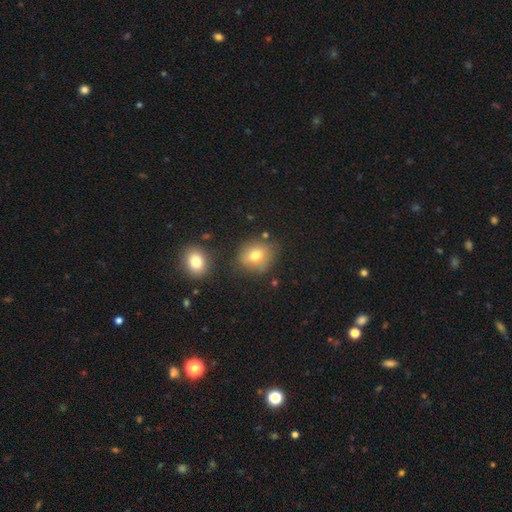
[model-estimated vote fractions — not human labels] Smooth or featured? smooth (76%)
How rounded? round (65%)
Merging? none (74%)